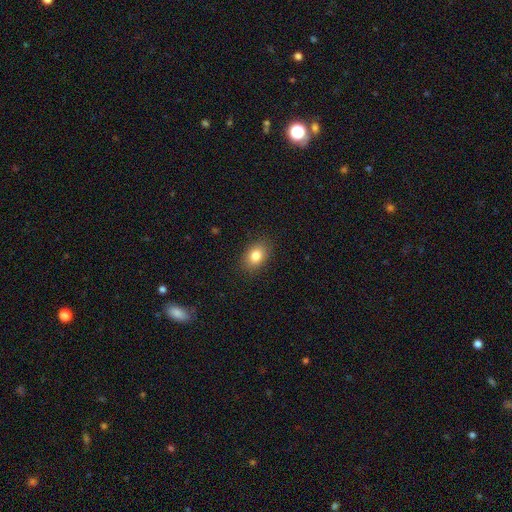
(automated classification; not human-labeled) Morphology: type=smooth (83%); roundness=in between (80%); merging=none (88%).